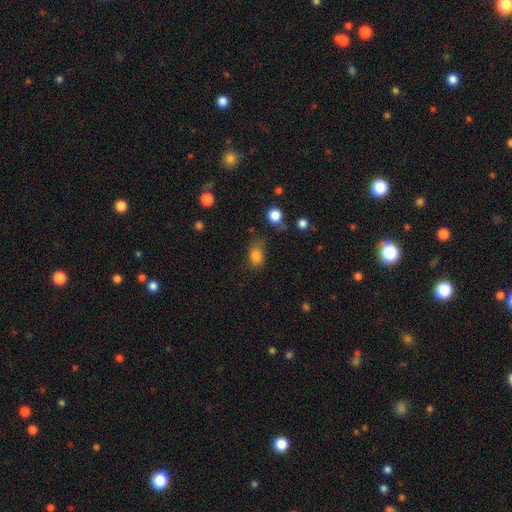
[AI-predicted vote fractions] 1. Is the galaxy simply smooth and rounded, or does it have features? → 82% smooth, 12% star or artifact, 6% featured or disk.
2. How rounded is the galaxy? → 71% in between, 28% round, 2% cigar-shaped.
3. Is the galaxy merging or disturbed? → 56% none, 26% minor disturbance, 12% major disturbance, 5% merger.